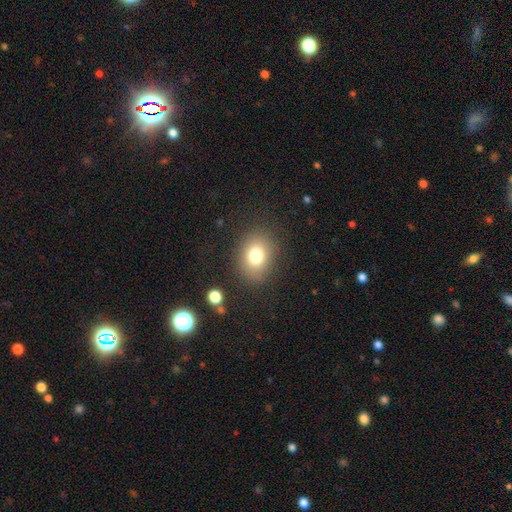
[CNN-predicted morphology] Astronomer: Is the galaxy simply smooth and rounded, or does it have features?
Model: smooth — 77%.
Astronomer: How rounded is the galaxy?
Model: in between — 54% (runner-up: round, 45%).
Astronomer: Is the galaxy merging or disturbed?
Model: none — 84%.